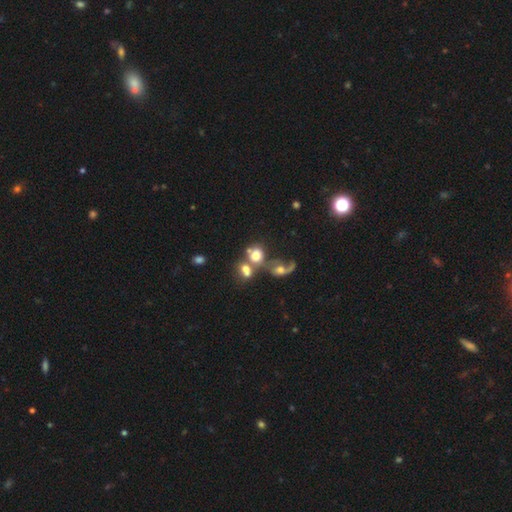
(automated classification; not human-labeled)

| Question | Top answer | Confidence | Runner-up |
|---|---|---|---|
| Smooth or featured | smooth | 63% | featured or disk (23%) |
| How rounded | round | 66% | in between (32%) |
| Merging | merger | 56% | none (25%) |